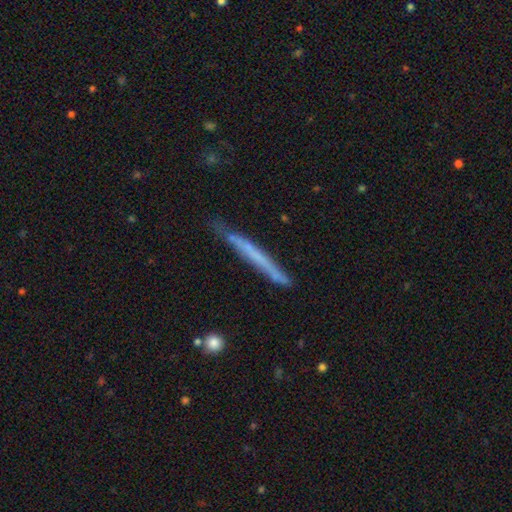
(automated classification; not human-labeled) Smooth or featured: smooth — 47% (tied with featured or disk — 47%)
Merging: none — 78% (minor disturbance — 17%)